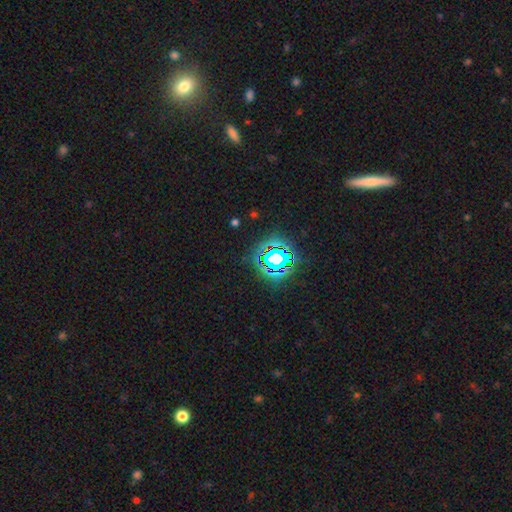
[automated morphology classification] A star or artifact, not a galaxy (76%).